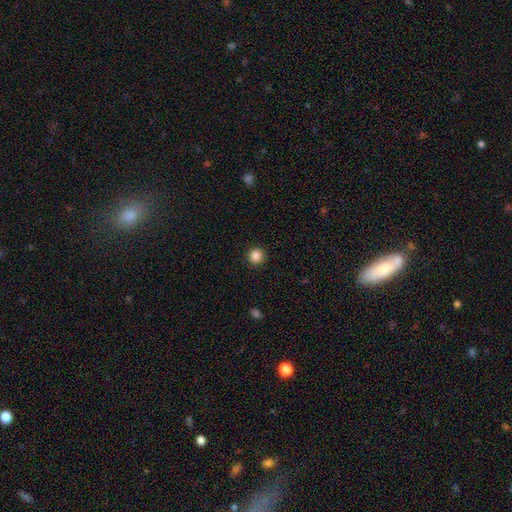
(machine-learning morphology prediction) Smooth or featured? Predicted: smooth (p=0.86). How rounded? Predicted: round (p=0.95). Merging? Predicted: none (p=0.93).